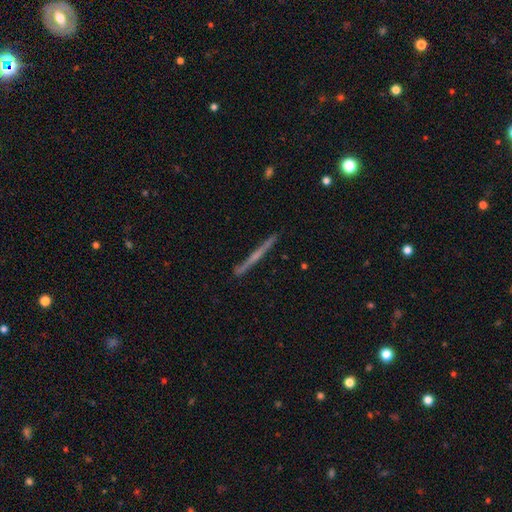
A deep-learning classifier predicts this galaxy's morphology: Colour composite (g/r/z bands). It shows a featured or disk galaxy (64%) viewed edge-on (98%) with no central bulge (66%). Merging: none (90%).